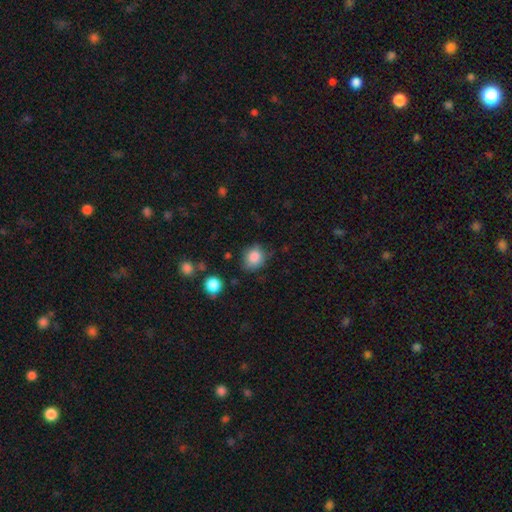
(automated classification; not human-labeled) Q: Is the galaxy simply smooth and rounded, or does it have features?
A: smooth — 86%.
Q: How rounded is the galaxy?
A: round — 62%.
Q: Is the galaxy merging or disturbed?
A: none — 68%.